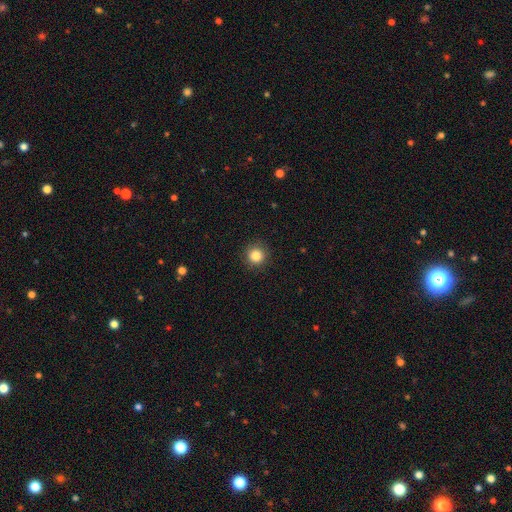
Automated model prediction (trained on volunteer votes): The model was most divided on "smooth or featured": smooth: 85%, star or artifact: 11%, featured or disk: 4%. More confident: how rounded — round (95%); merging — none (91%).